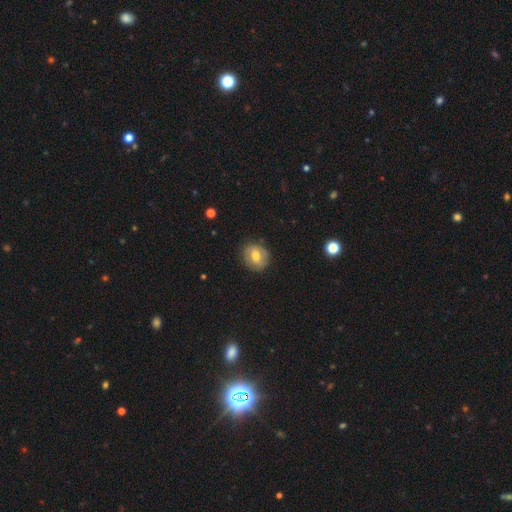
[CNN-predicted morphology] A smooth galaxy with no disk features (52%) that is round (70%).

Vote fractions:
- Smooth or featured? smooth: 52% / featured or disk: 40% / star or artifact: 8%
- How rounded? round: 70% / in between: 29% / cigar-shaped: 1%
- Merging? none: 83% / minor disturbance: 13% / major disturbance: 4% / merger: 1%